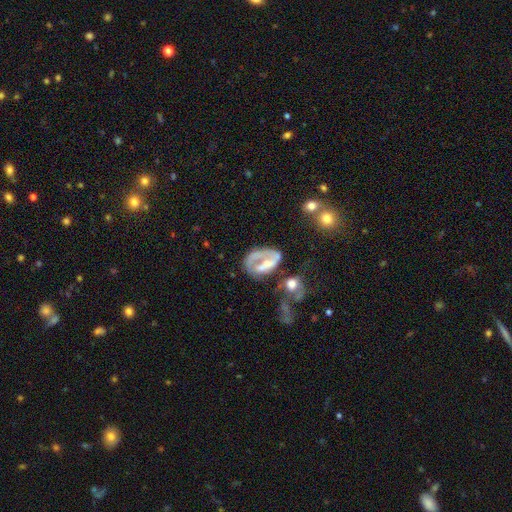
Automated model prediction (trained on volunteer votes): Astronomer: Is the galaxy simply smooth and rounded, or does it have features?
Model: featured or disk — 58%.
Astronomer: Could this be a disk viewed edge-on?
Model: no — 96%.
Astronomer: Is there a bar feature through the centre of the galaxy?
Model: no — 61%.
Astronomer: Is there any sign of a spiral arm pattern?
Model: no — 57% (runner-up: yes, 43%).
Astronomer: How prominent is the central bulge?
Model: moderate — 34% (runner-up: none, 31%).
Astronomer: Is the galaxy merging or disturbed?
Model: major disturbance — 33% (runner-up: none, 30%).